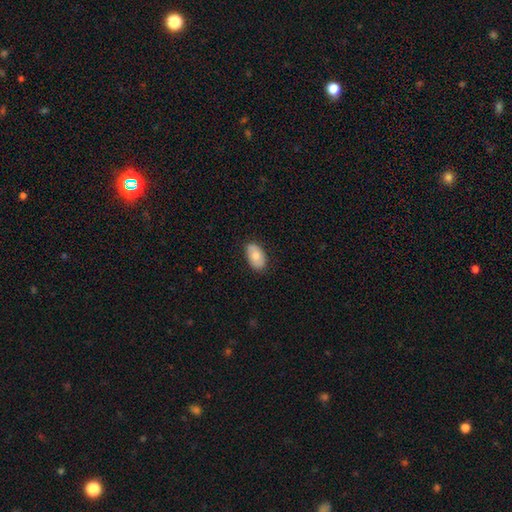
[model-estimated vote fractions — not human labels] Q: Smooth or featured?
A: smooth (76%); runner-up: featured or disk (18%)
Q: How rounded?
A: in between (93%); runner-up: round (5%)
Q: Merging?
A: none (83%); runner-up: minor disturbance (14%)